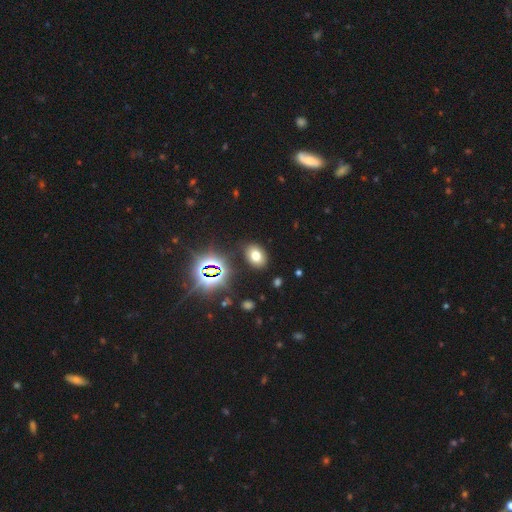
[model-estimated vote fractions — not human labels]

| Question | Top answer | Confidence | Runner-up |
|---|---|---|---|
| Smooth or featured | smooth | 66% | star or artifact (23%) |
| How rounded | in between | 74% | round (25%) |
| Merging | none | 86% | minor disturbance (9%) |